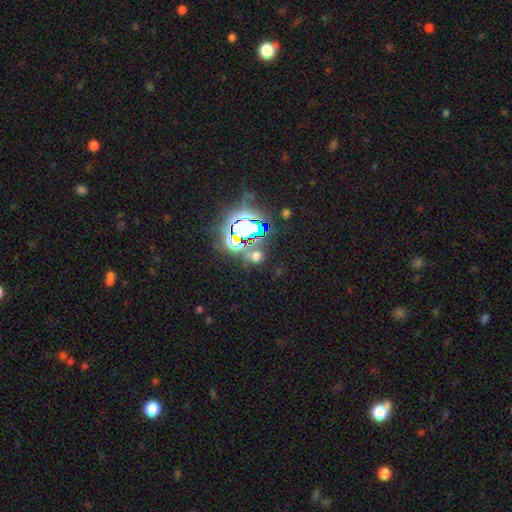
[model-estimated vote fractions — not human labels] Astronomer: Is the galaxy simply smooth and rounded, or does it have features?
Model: star or artifact — 55% (runner-up: smooth, 36%).